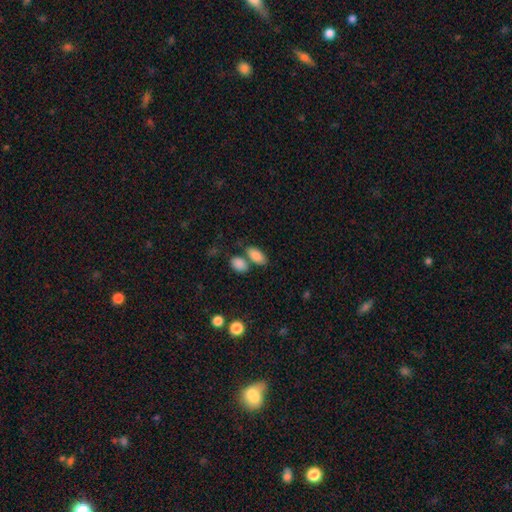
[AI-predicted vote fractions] Smooth or featured? smooth (86%)
How rounded? in between (91%)
Merging? none (58%)